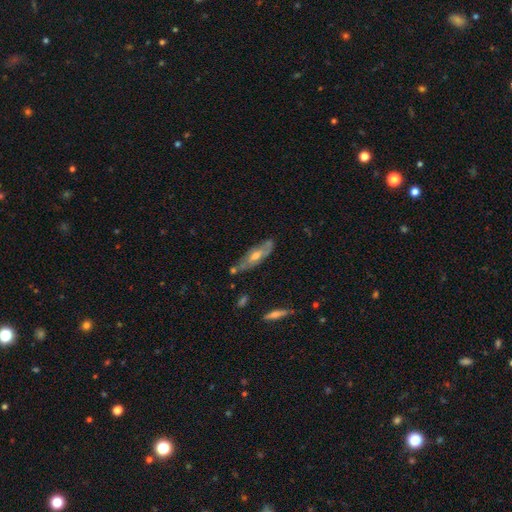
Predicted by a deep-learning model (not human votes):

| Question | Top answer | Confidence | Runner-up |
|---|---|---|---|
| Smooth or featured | featured or disk | 58% | smooth (36%) |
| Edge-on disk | no | 62% | yes (38%) |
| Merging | none | 64% | minor disturbance (22%) |